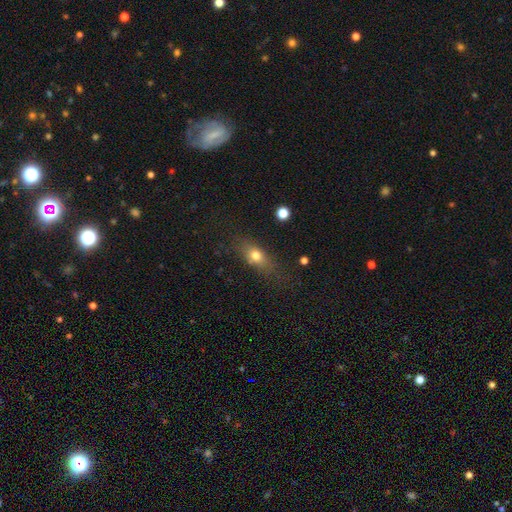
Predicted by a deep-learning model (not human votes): smooth-or-featured: smooth: 72% | featured or disk: 17% | star or artifact: 11%
  how-rounded: in between: 63% | round: 19% | cigar-shaped: 17%
  merging: none: 70% | minor disturbance: 18% | major disturbance: 9% | merger: 2%